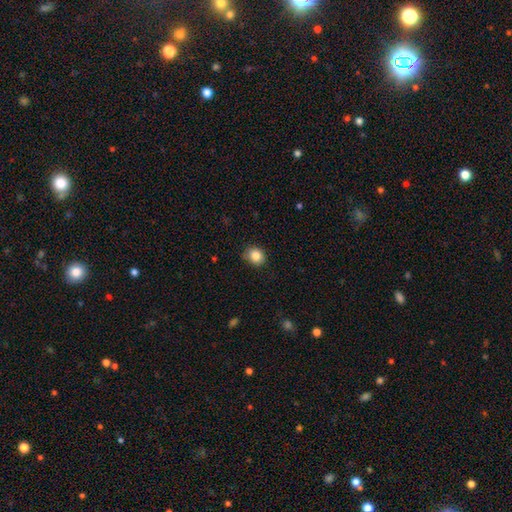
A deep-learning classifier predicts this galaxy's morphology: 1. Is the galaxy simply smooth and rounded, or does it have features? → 85% smooth, 10% star or artifact, 5% featured or disk.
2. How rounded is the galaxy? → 73% round, 26% in between, 1% cigar-shaped.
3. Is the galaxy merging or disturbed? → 80% none, 16% minor disturbance, 3% major disturbance, 1% merger.